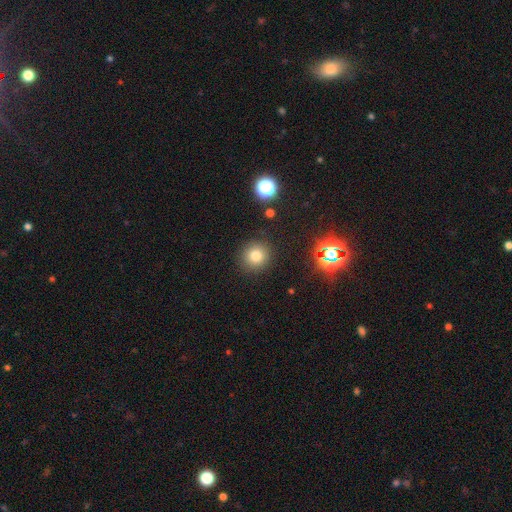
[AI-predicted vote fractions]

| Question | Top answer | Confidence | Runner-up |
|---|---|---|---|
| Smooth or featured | smooth | 77% | star or artifact (16%) |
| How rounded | round | 92% | in between (7%) |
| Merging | none | 90% | minor disturbance (6%) |